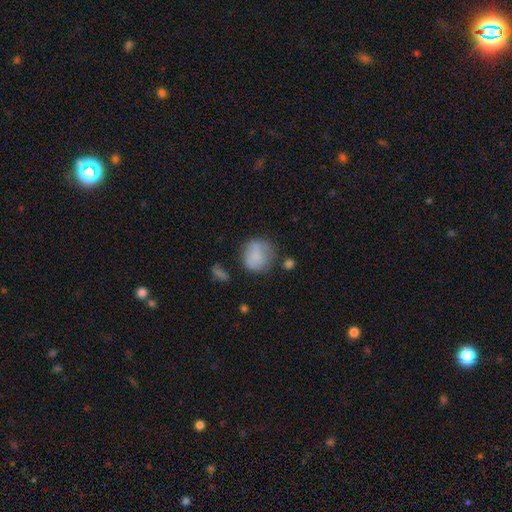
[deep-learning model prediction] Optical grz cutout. It shows a smooth galaxy with no disk features (73%) that is round (74%). Merging: none (51%).